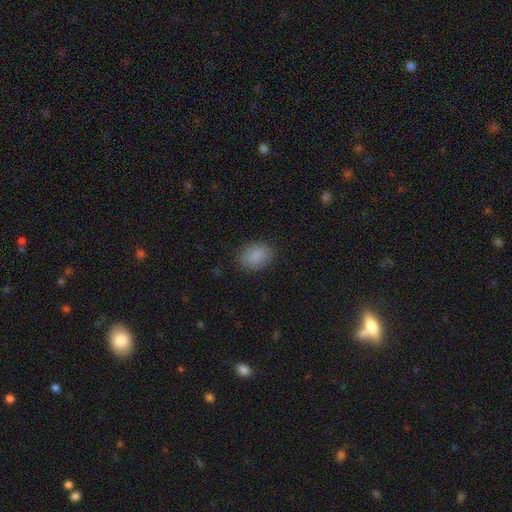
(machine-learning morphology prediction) The model was most divided on "how rounded": in between: 64%, round: 35%, cigar-shaped: 1%. More confident: smooth or featured — smooth (88%); merging — none (84%).